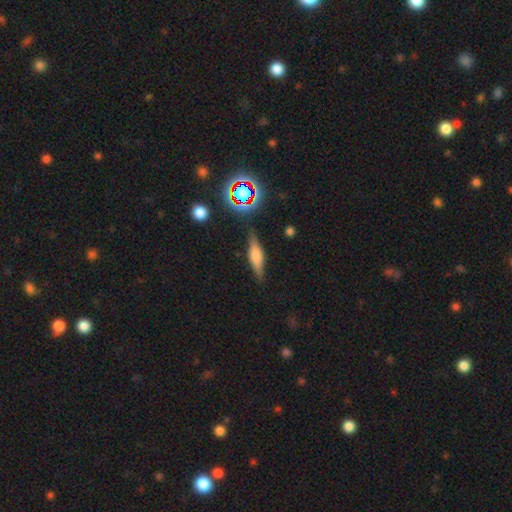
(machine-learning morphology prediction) Smooth or featured? featured or disk (49%)
Merging? none (81%)